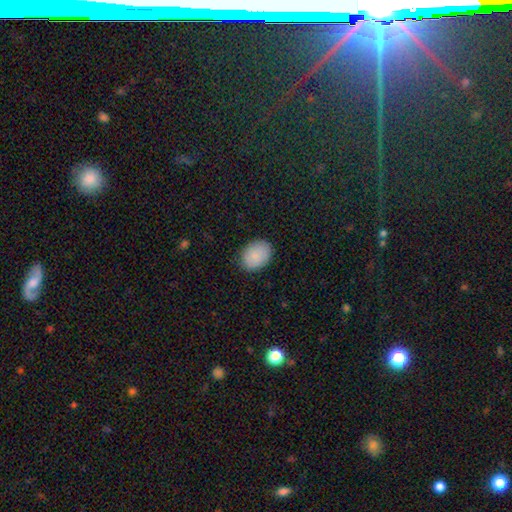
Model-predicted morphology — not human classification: Overall: smooth (89%). How rounded: in between (68%; round 31%). Merging: none (86%).